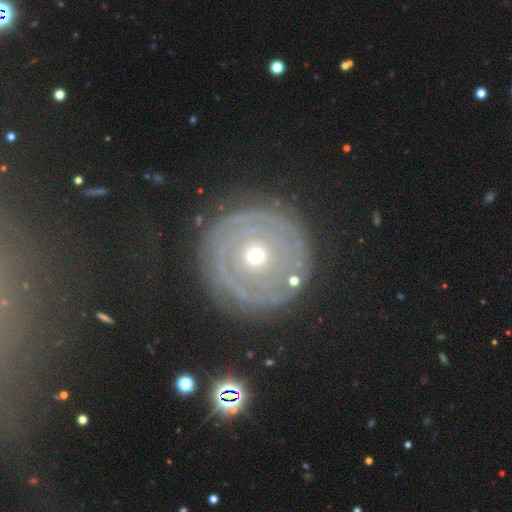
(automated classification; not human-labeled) This is likely a featured or disk galaxy (76%). It is clearly not viewed edge-on (96%). Bar: clearly no (86%). Spiral arm pattern: likely yes (74%). Spiral arm count: marginally can't tell (42%). Spiral winding: clearly tight (87%). Central bulge: possibly moderate (51%). Merging: clearly none (82%).